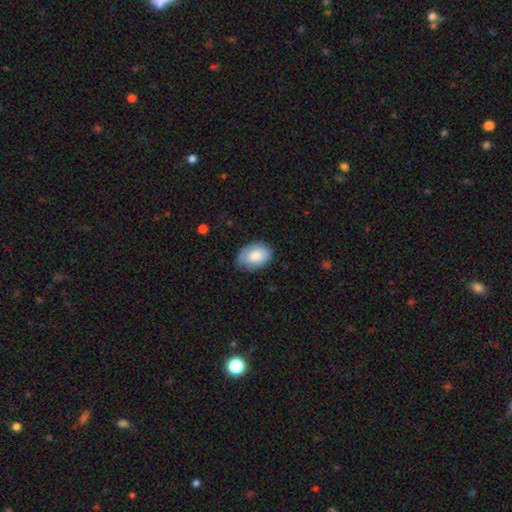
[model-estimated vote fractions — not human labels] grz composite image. It shows a smooth galaxy with no disk features (84%) that is in between round and cigar-shaped (87%). Merging: none (76%).